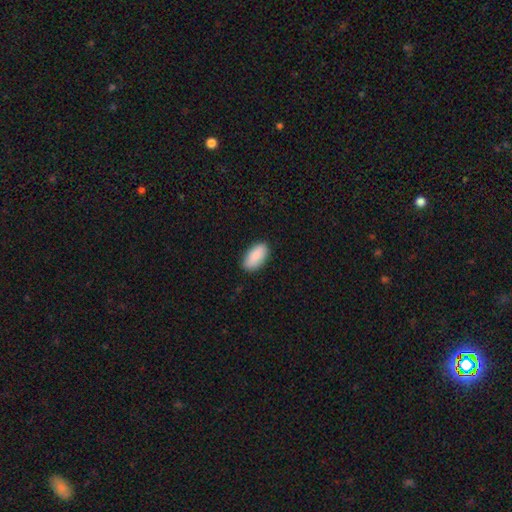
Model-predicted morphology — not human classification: type=smooth (89%); roundness=in between (93%); merging=none (88%).